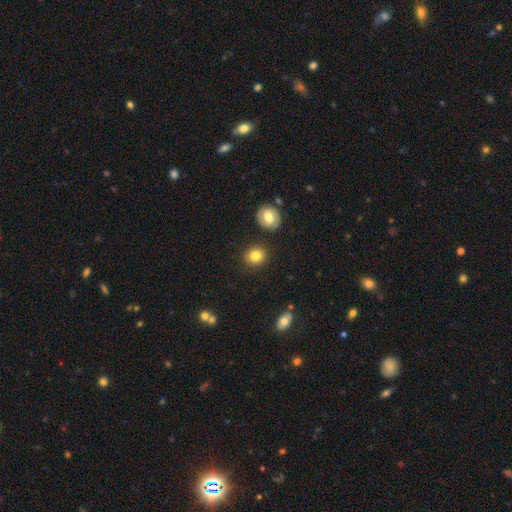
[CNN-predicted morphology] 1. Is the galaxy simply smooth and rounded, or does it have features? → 83% smooth, 9% star or artifact, 8% featured or disk.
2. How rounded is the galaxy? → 80% round, 19% in between, 1% cigar-shaped.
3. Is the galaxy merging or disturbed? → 86% none, 8% minor disturbance, 3% merger, 2% major disturbance.